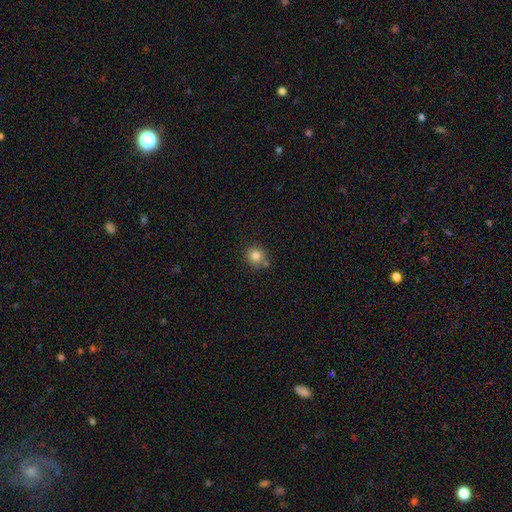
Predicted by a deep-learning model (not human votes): This appears to be a smooth galaxy with no disk features (82%) that is round (89%). Merging: none (71%).